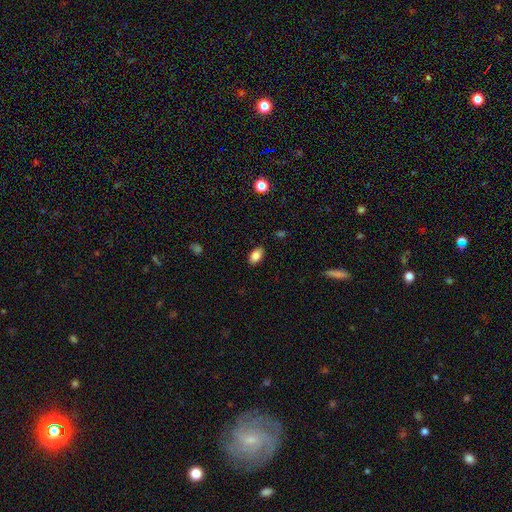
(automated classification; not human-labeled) smooth 84%, star or artifact 8%, featured or disk 8%. Down the decision tree: how rounded — in between (91%); merging — none (87%).